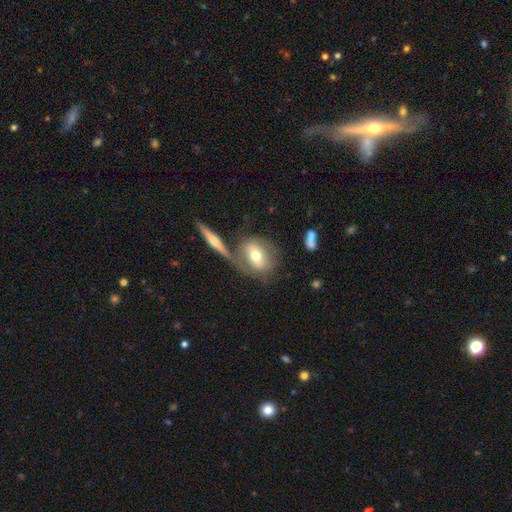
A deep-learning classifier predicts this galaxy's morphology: Smooth or featured? Predicted: smooth (p=0.53). How rounded? Predicted: in between (p=0.56). Merging? Predicted: none (p=0.49).